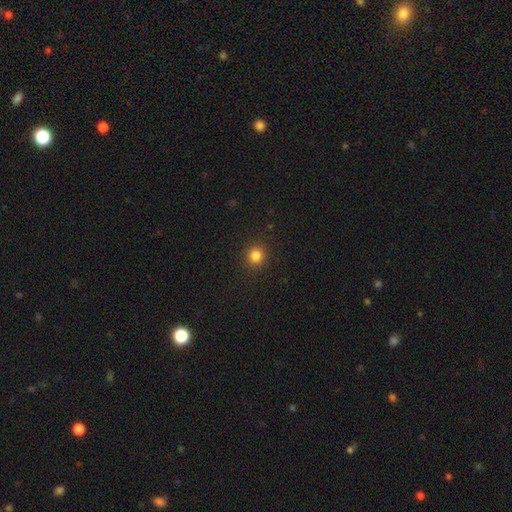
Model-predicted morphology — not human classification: Q: Smooth or featured?
A: smooth (83%); runner-up: star or artifact (12%)
Q: How rounded?
A: round (90%); runner-up: in between (9%)
Q: Merging?
A: none (91%); runner-up: minor disturbance (6%)